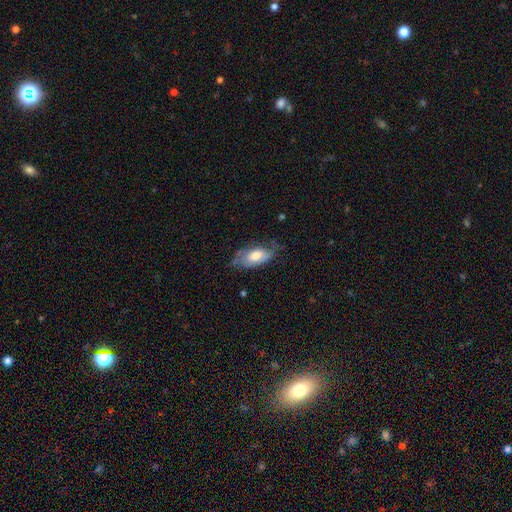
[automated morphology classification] smooth 52%, featured or disk 42%, star or artifact 6%. Down the decision tree: how rounded — in between (89%); merging — none (53%).